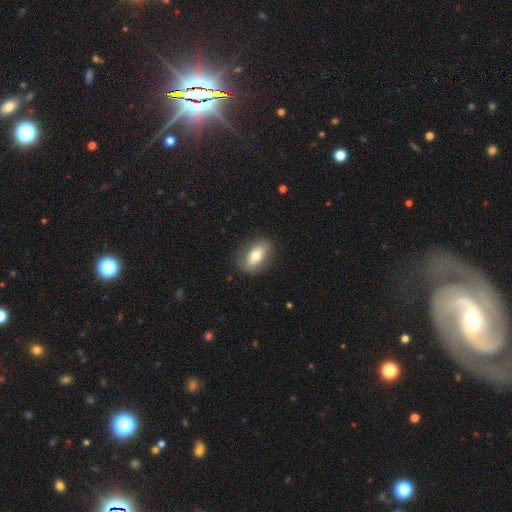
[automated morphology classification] Smooth or featured? Predicted: smooth (p=0.69). How rounded? Predicted: in between (p=0.86). Merging? Predicted: none (p=0.82).